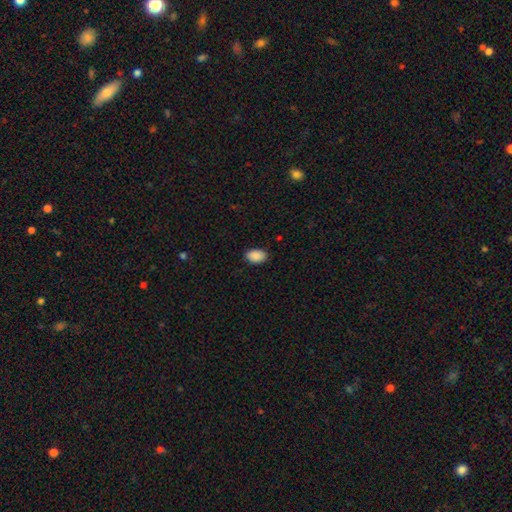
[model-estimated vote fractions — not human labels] Smooth or featured?
  - smooth: 90% *
  - star or artifact: 7%
  - featured or disk: 3%
How rounded?
  - in between: 89% *
  - round: 10%
  - cigar-shaped: 1%
Merging?
  - none: 87% *
  - minor disturbance: 10%
  - major disturbance: 2%
  - merger: 1%